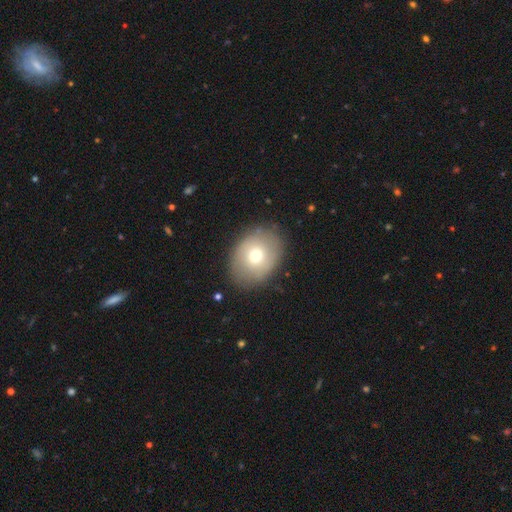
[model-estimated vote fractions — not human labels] A smooth galaxy with no disk features (69%) that is in between round and cigar-shaped (60%).

Vote fractions:
- Smooth or featured? smooth: 69% / featured or disk: 22% / star or artifact: 10%
- How rounded? in between: 60% / round: 39% / cigar-shaped: 1%
- Merging? none: 83% / minor disturbance: 12% / major disturbance: 4% / merger: 1%